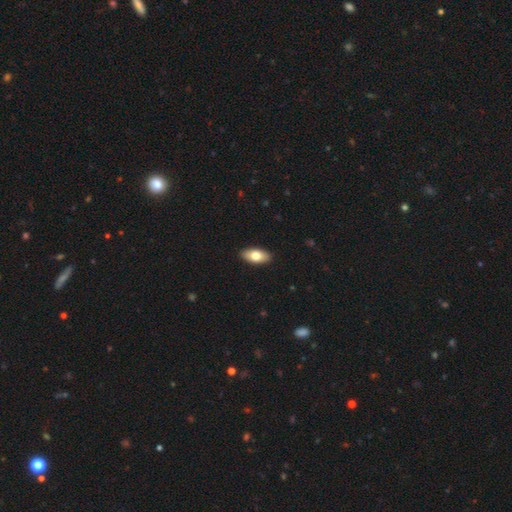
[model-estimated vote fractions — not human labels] This appears to be a smooth galaxy with no disk features (75%) that is in between round and cigar-shaped (90%). Merging: none (90%).